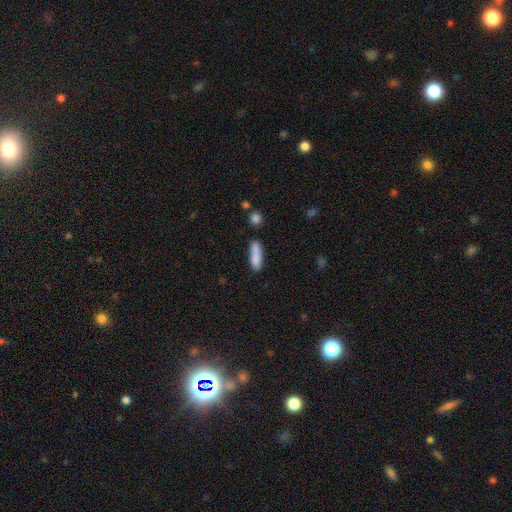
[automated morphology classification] Smooth or featured: smooth — 85% (featured or disk — 8%)
How rounded: cigar-shaped — 63% (in between — 36%)
Merging: none — 76% (minor disturbance — 15%)